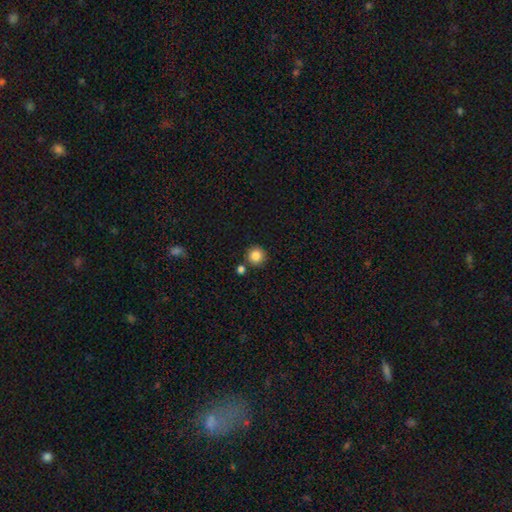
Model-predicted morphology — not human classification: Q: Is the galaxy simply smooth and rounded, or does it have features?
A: smooth — 85%.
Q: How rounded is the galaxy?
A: round — 94%.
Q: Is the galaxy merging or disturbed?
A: none — 81%.